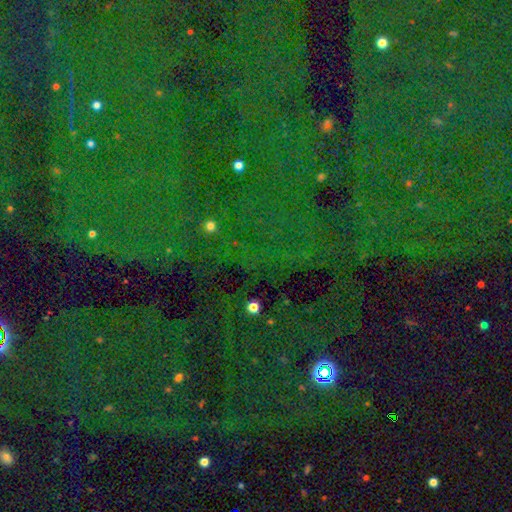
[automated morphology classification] Overall: star or artifact (76%).